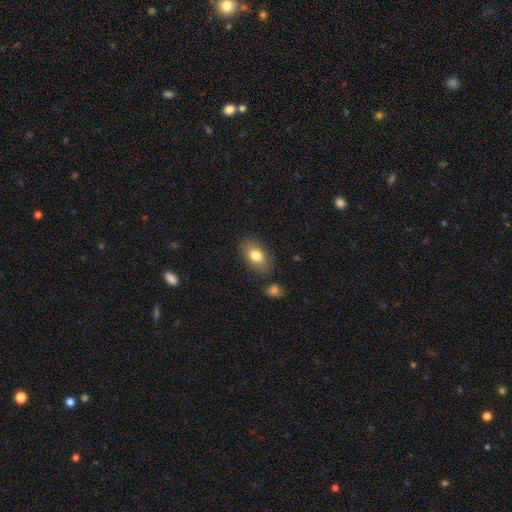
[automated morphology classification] The model was most divided on "smooth or featured": smooth: 79%, featured or disk: 13%, star or artifact: 8%. More confident: how rounded — in between (86%); merging — none (81%).